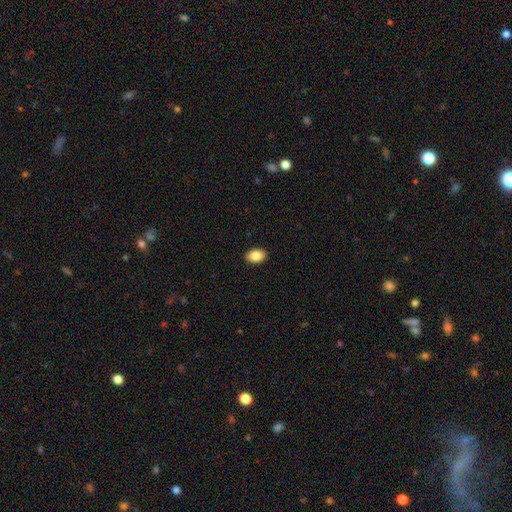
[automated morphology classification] A smooth galaxy with no disk features (86%) that is in between round and cigar-shaped (88%). Merging: none (91%).